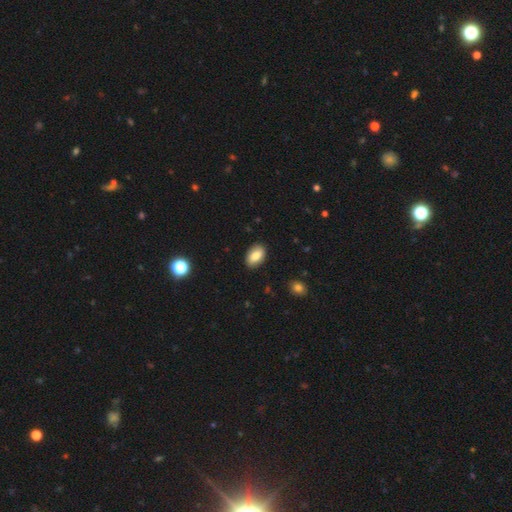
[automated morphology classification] A smooth galaxy with no disk features (84%) that is in between round and cigar-shaped (91%).

Vote fractions:
- Smooth or featured? smooth: 84% / featured or disk: 9% / star or artifact: 7%
- How rounded? in between: 91% / round: 7% / cigar-shaped: 2%
- Merging? none: 88% / minor disturbance: 9% / major disturbance: 2% / merger: 1%